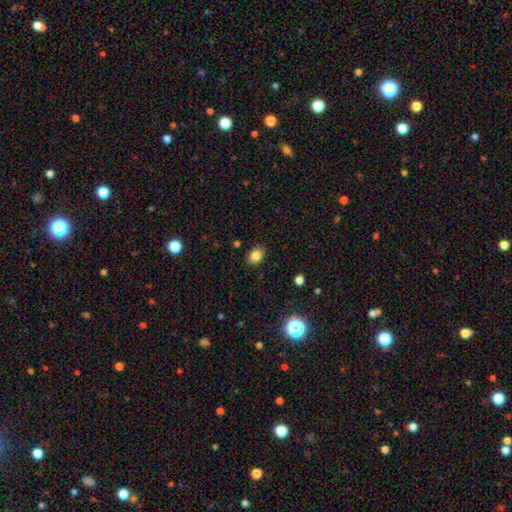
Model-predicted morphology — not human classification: Overall: smooth (83%). How rounded: in between (58%; round 41%). Merging: none (85%).